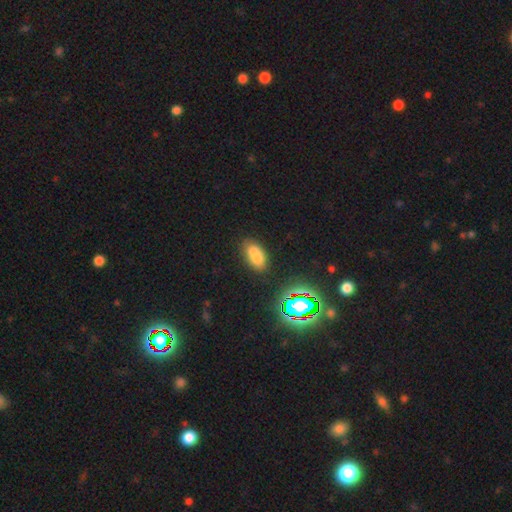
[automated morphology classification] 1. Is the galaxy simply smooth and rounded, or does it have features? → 72% smooth, 17% star or artifact, 11% featured or disk.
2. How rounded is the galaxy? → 89% in between, 6% round, 5% cigar-shaped.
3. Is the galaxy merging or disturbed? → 69% none, 17% minor disturbance, 10% merger, 5% major disturbance.